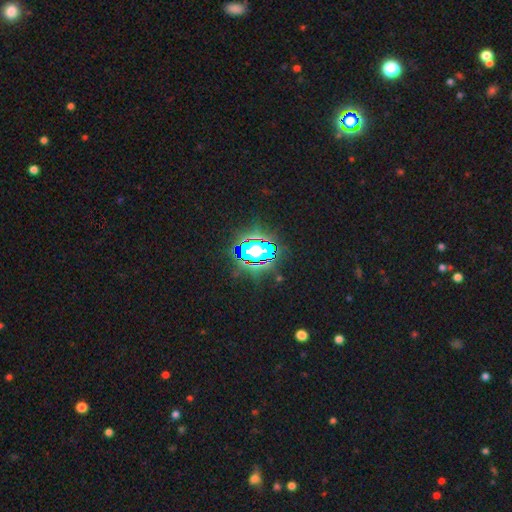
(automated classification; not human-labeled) Morphology: type=star or artifact (69%).